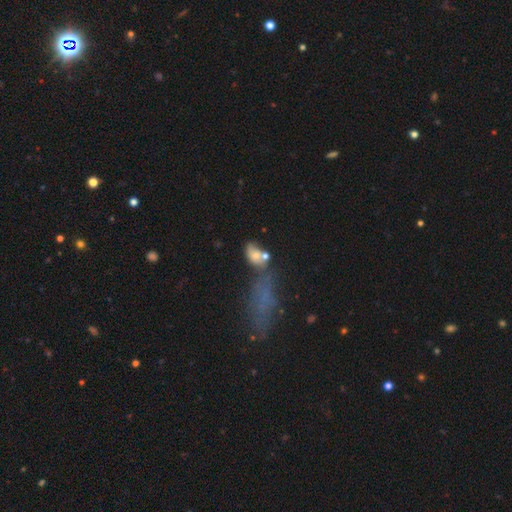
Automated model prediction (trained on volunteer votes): The model was most divided on "merging": merger: 42%, none: 22%, major disturbance: 20%, minor disturbance: 15%. More confident: how rounded — in between (81%); smooth or featured — smooth (57%).